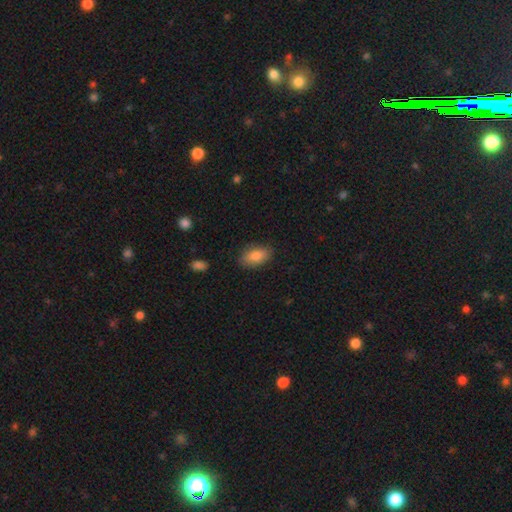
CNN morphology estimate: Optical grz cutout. It shows a smooth galaxy with no disk features (85%) that is in between round and cigar-shaped (91%). Merging: none (84%).